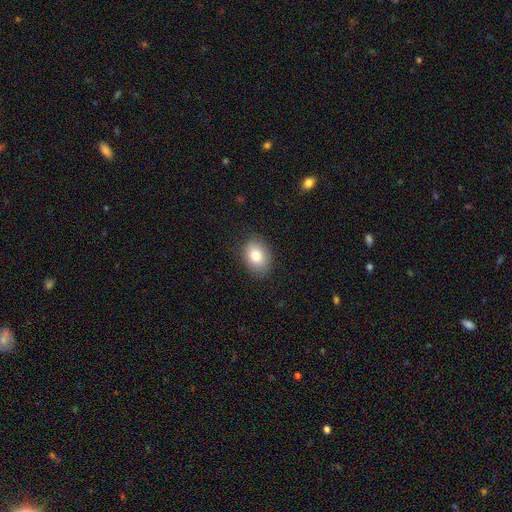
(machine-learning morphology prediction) smooth-or-featured: smooth: 82% | featured or disk: 10% | star or artifact: 8%
  how-rounded: in between: 78% | round: 21% | cigar-shaped: 1%
  merging: none: 85% | minor disturbance: 11% | major disturbance: 3% | merger: 1%